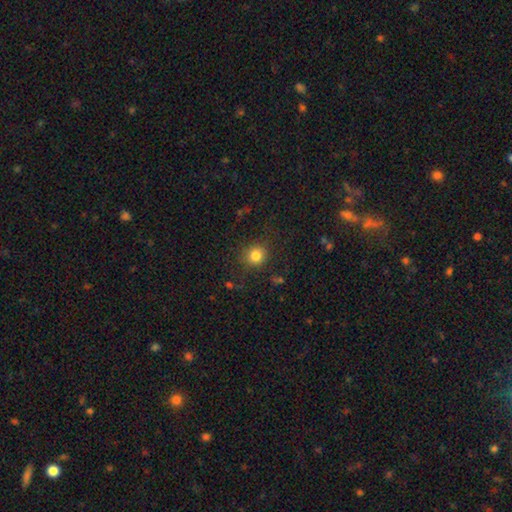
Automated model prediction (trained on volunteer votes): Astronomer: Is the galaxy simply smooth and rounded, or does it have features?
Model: smooth — 82%.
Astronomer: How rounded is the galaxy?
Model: round — 88%.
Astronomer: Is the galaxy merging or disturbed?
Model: none — 84%.